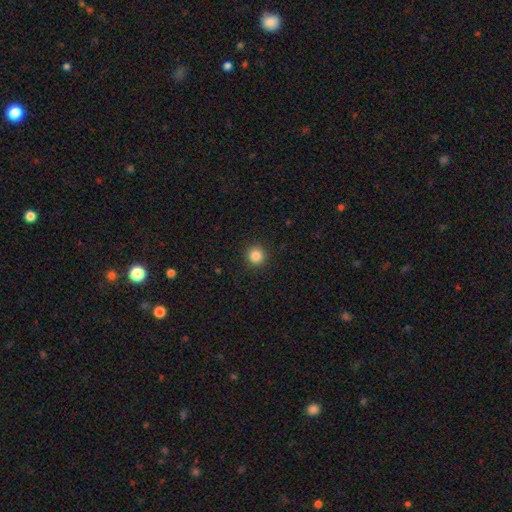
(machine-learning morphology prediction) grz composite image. It shows a smooth galaxy with no disk features (85%) that is round (95%). Merging: none (93%).